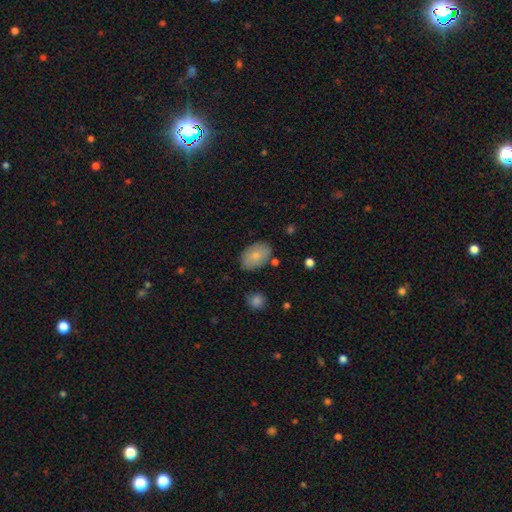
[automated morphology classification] Q: Smooth or featured?
A: smooth (80%); runner-up: featured or disk (14%)
Q: How rounded?
A: in between (88%); runner-up: round (10%)
Q: Merging?
A: none (79%); runner-up: minor disturbance (15%)